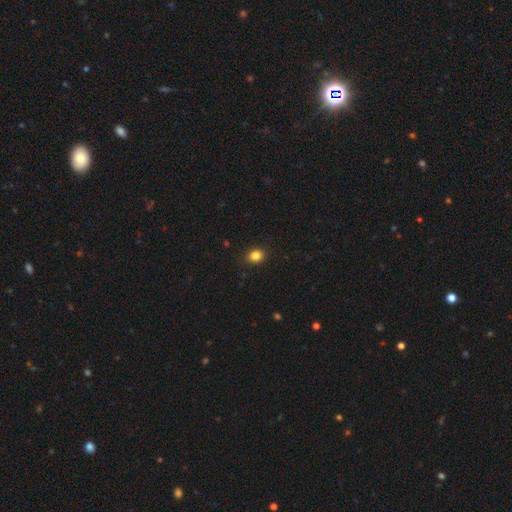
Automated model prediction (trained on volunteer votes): This is clearly a smooth galaxy (84%). How rounded: possibly round (60%). Merging: clearly none (89%).